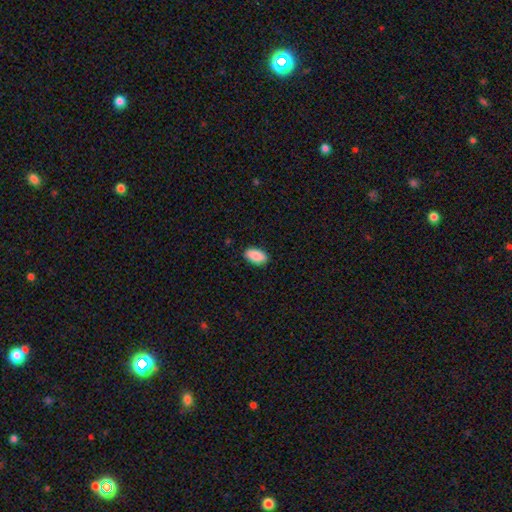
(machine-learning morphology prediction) Smooth or featured: smooth — 90% (star or artifact — 6%)
How rounded: in between — 95% (round — 3%)
Merging: none — 89% (minor disturbance — 8%)